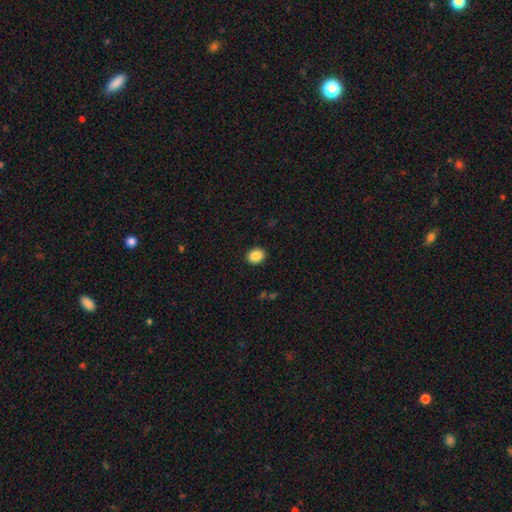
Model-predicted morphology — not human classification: smooth 88%, star or artifact 9%, featured or disk 4%. Down the decision tree: how rounded — round (54%); merging — none (91%).